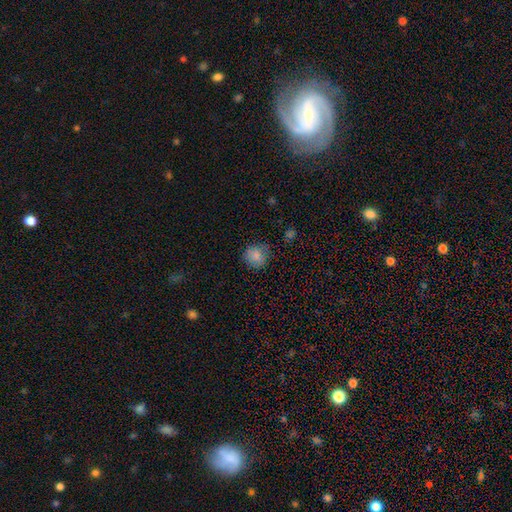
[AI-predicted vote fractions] The model was most divided on "merging": none: 78%, minor disturbance: 16%, major disturbance: 4%, merger: 1%. More confident: how rounded — round (86%); smooth or featured — smooth (81%).